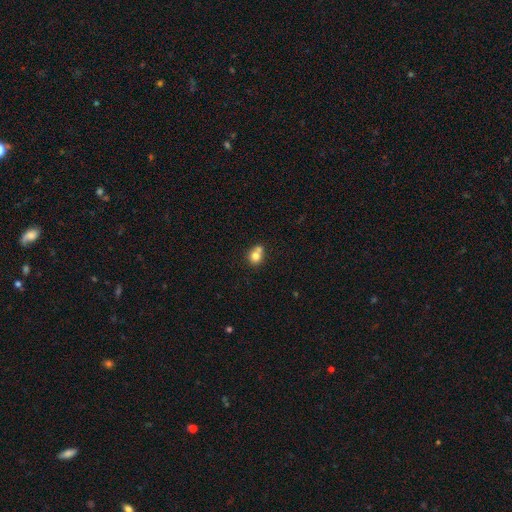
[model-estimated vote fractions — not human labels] smooth 76%, featured or disk 14%, star or artifact 10%. Down the decision tree: how rounded — round (76%); merging — merger (45%).